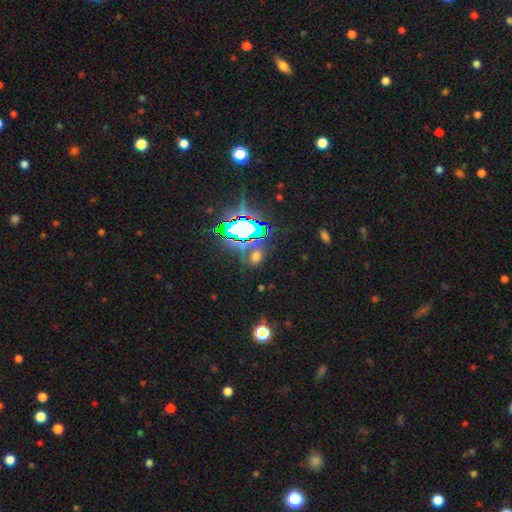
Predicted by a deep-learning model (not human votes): smooth-or-featured: star or artifact: 54% | smooth: 36% | featured or disk: 10%